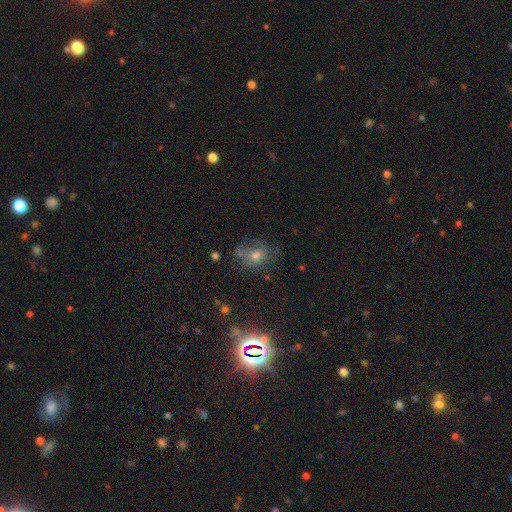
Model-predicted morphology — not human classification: smooth_or_featured: smooth (p=0.44) [alt: star or artifact p=0.30]
merging: none (p=0.59) [alt: minor disturbance p=0.22]